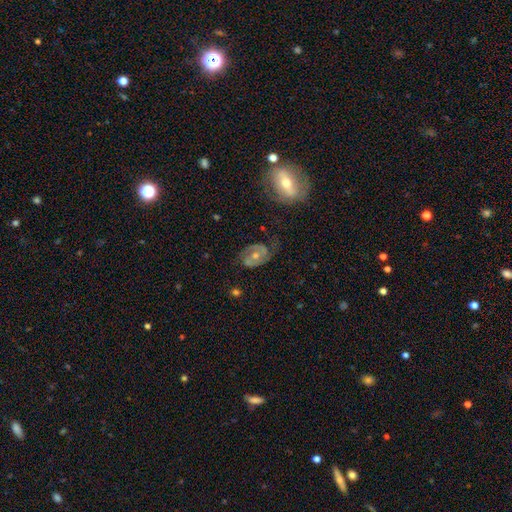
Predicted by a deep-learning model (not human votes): Overall: featured or disk (78%). Edge-on disk: no (96%). Bar: no (62%; weak 29%). Spiral arms: yes (87%). Spiral arm count: 2 (79%). Spiral winding: medium (44%; tight 37%). Bulge size: moderate (67%; small 27%). Merging: none (62%).